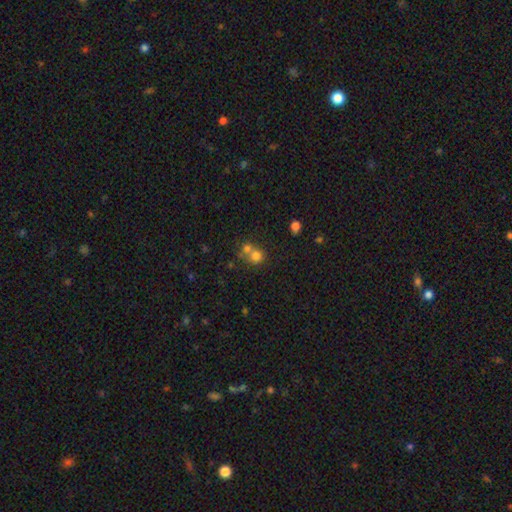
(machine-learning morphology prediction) Smooth or featured?
  - smooth: 72% *
  - star or artifact: 14%
  - featured or disk: 13%
How rounded?
  - round: 81% *
  - in between: 18%
  - cigar-shaped: 1%
Merging?
  - merger: 55% *
  - none: 35%
  - minor disturbance: 6%
  - major disturbance: 4%